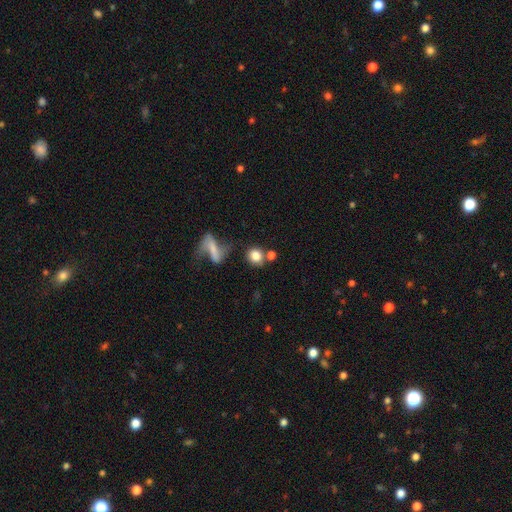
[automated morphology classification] smooth-or-featured: smooth: 80% | star or artifact: 10% | featured or disk: 9%
  how-rounded: round: 82% | in between: 16% | cigar-shaped: 2%
  merging: none: 60% | merger: 23% | minor disturbance: 11% | major disturbance: 6%